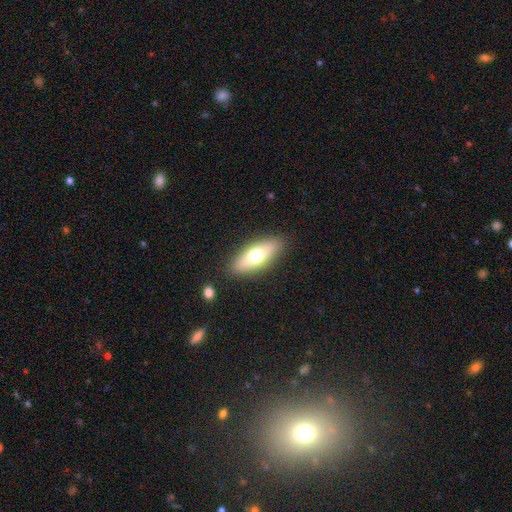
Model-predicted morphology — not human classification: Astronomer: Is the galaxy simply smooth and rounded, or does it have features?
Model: smooth — 64%.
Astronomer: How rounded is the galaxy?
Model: in between — 71%.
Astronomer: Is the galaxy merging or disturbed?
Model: none — 87%.